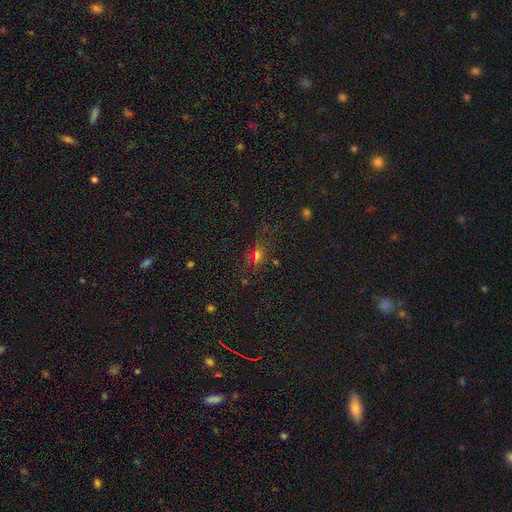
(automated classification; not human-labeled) Smooth or featured: smooth — 50% (star or artifact — 35%)
How rounded: in between — 62% (round — 30%)
Merging: none — 69% (minor disturbance — 16%)